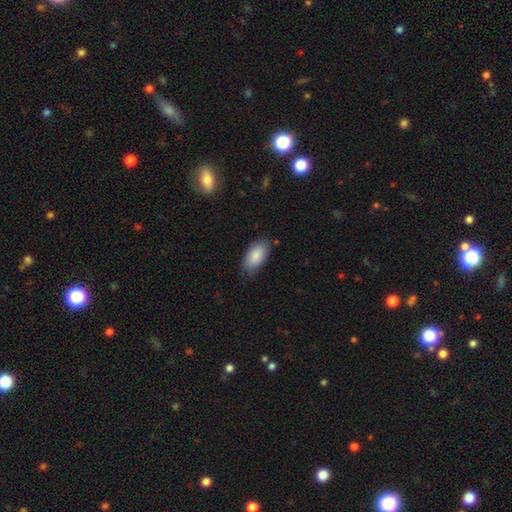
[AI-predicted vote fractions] smooth 86%, featured or disk 8%, star or artifact 6%. Down the decision tree: how rounded — in between (94%); merging — none (75%).